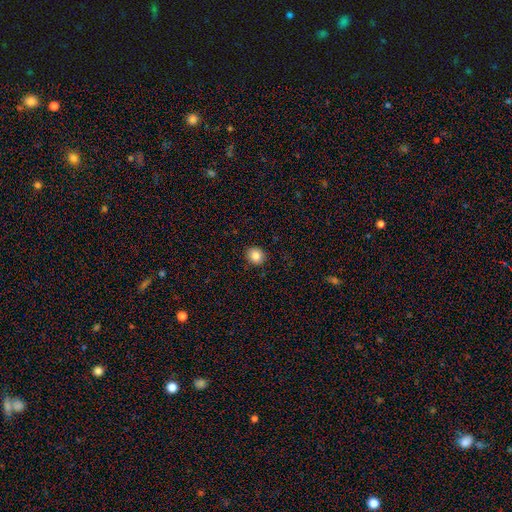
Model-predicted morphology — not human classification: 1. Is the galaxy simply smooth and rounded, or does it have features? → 85% smooth, 10% star or artifact, 6% featured or disk.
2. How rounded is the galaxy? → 78% round, 21% in between, 1% cigar-shaped.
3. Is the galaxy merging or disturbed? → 90% none, 7% minor disturbance, 2% major disturbance, 1% merger.